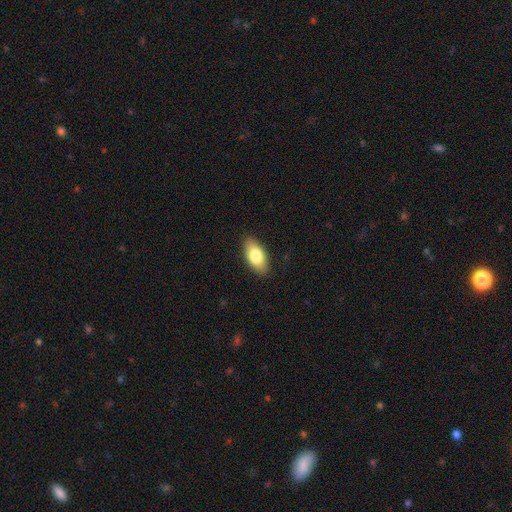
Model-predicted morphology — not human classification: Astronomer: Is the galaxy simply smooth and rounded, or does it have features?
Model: smooth — 79%.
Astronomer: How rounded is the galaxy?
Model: in between — 90%.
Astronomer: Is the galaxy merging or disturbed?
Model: none — 88%.